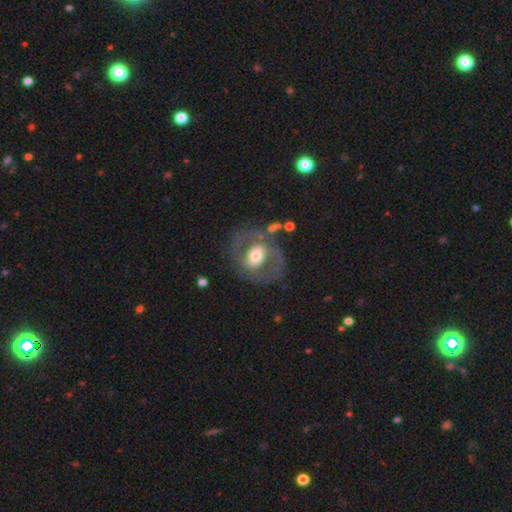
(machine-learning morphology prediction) A featured or disk galaxy (65%) with no bar (57%), no spiral arms (51%) and a moderate central bulge (58%).

Vote fractions:
- Smooth or featured? featured or disk: 65% / smooth: 29% / star or artifact: 6%
- Edge-on disk? no: 95% / yes: 5%
- Bar? no: 57% / weak: 28% / strong: 15%
- Spiral arms? no: 51% / yes: 49%
- Bulge size? moderate: 58% / large: 27% / small: 12% / dominant: 3% / none: 1%
- Merging? none: 68% / minor disturbance: 15% / major disturbance: 14% / merger: 3%